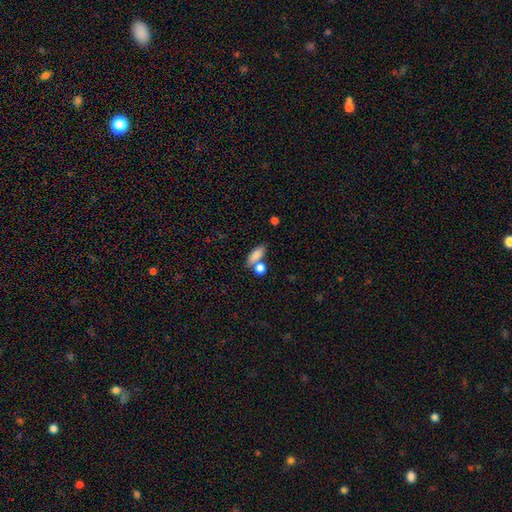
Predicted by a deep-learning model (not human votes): Smooth or featured? smooth (84%)
How rounded? in between (78%)
Merging? none (51%)